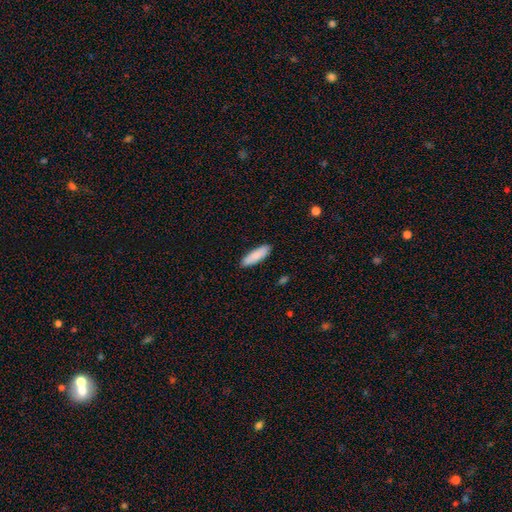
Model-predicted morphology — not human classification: type=smooth (87%); roundness=cigar-shaped (58%); merging=none (90%).